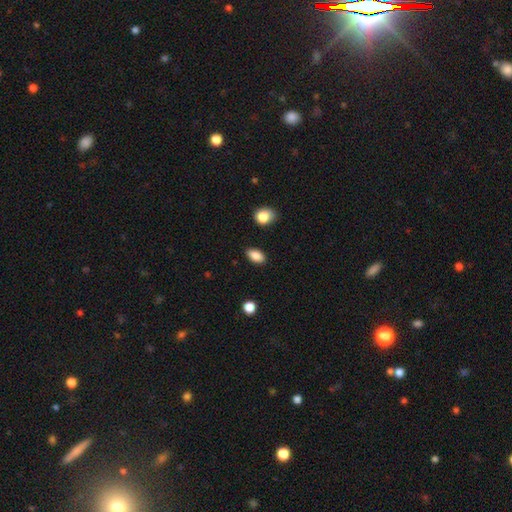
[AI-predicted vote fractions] Smooth or featured? smooth (88%)
How rounded? in between (91%)
Merging? none (87%)